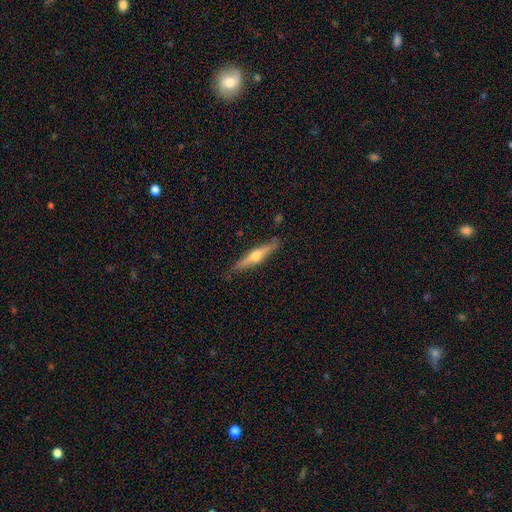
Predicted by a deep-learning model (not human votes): Smooth or featured? featured or disk (64%)
Edge-on disk? yes (95%)
Edge-on bulge? rounded (92%)
Merging? none (84%)